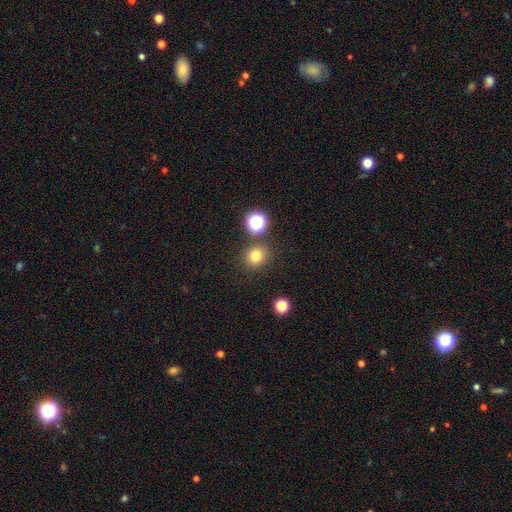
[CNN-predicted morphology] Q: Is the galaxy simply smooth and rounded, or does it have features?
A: smooth — 76%.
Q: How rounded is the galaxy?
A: round — 85%.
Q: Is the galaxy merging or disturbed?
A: none — 82%.